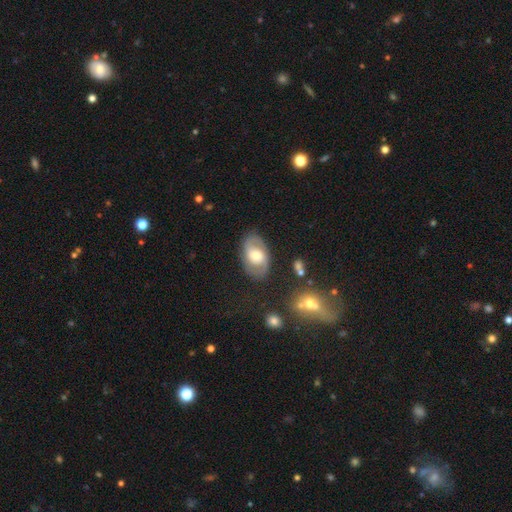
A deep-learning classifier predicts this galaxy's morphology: featured or disk 63%, smooth 31%, star or artifact 7%. Down the decision tree: edge-on disk — no (95%); bar — no (50%); spiral arms — yes (78%); bulge size — moderate (64%); merging — none (79%).